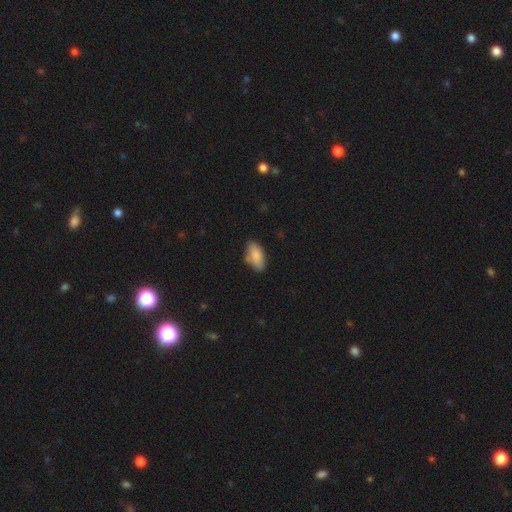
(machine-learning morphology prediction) Q: Smooth or featured?
A: smooth (85%); runner-up: featured or disk (9%)
Q: How rounded?
A: in between (92%); runner-up: cigar-shaped (5%)
Q: Merging?
A: none (70%); runner-up: minor disturbance (23%)